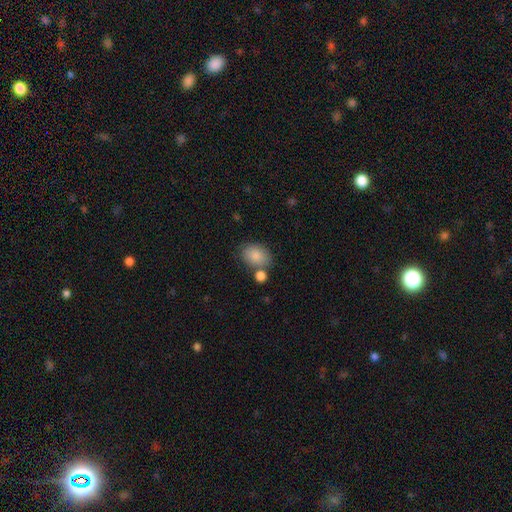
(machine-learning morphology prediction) Overall: smooth (85%). How rounded: in between (77%). Merging: none (65%).